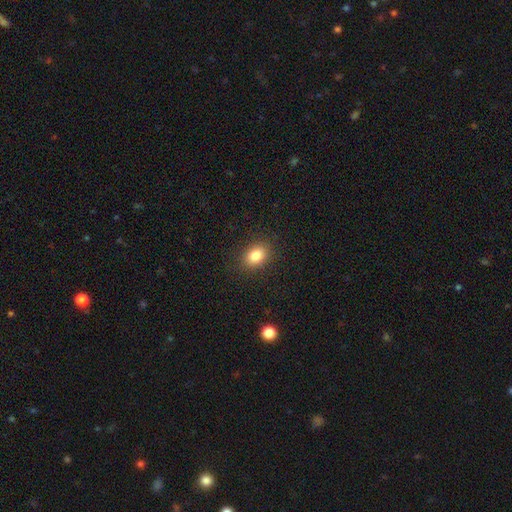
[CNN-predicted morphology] Q: Smooth or featured?
A: smooth (84%); runner-up: star or artifact (10%)
Q: How rounded?
A: in between (69%); runner-up: round (30%)
Q: Merging?
A: none (88%); runner-up: minor disturbance (9%)